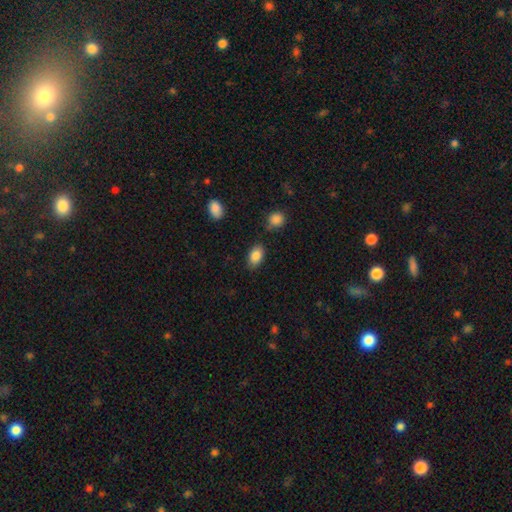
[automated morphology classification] This is clearly a smooth galaxy (86%). How rounded: clearly in between (89%). Merging: likely none (79%).